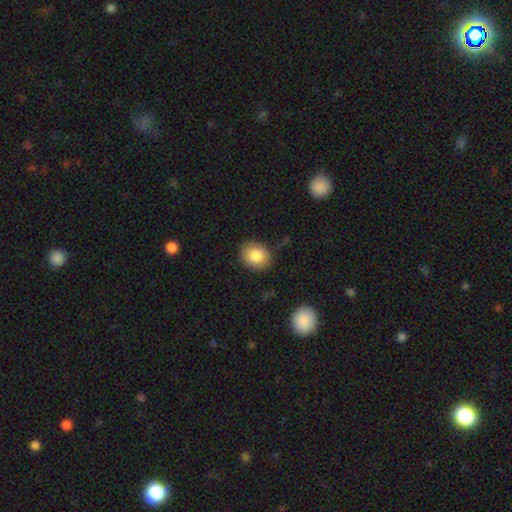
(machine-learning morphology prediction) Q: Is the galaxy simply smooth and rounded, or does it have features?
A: smooth — 84%.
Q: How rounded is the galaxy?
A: round — 70%.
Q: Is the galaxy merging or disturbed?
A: none — 85%.